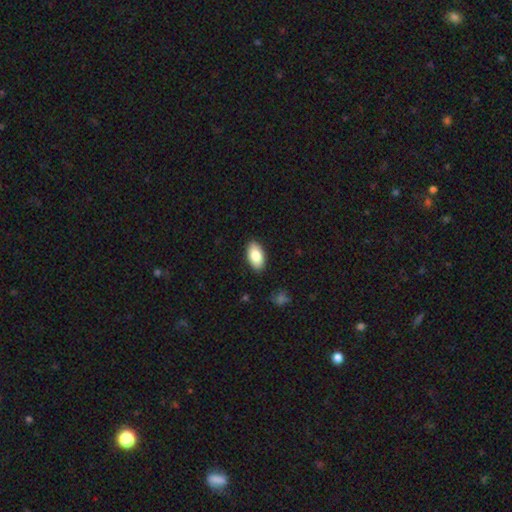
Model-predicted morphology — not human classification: This is clearly a smooth galaxy (83%). How rounded: clearly in between (94%). Merging: clearly none (89%).